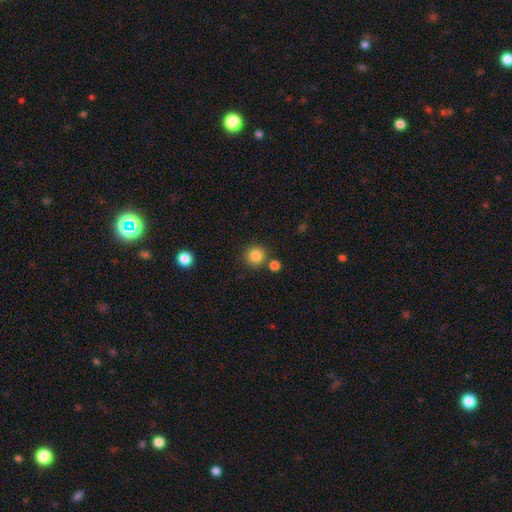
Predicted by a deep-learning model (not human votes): smooth 85%, star or artifact 11%, featured or disk 4%. Down the decision tree: how rounded — round (93%); merging — none (80%).